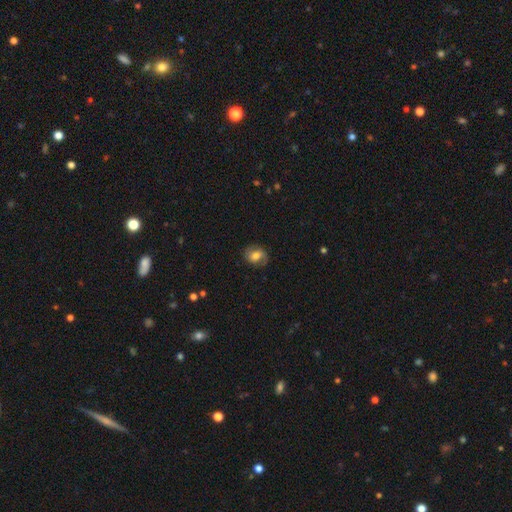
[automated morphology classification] smooth 51%, featured or disk 40%, star or artifact 9%. Down the decision tree: how rounded — round (54%); merging — none (75%).